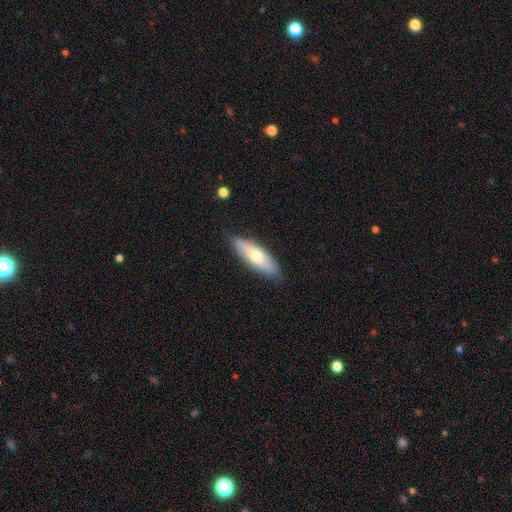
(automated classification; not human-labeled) smooth-or-featured: smooth: 65% | featured or disk: 30% | star or artifact: 5%
  how-rounded: in between: 50% | cigar-shaped: 48% | round: 2%
  merging: none: 81% | minor disturbance: 15% | major disturbance: 2% | merger: 1%